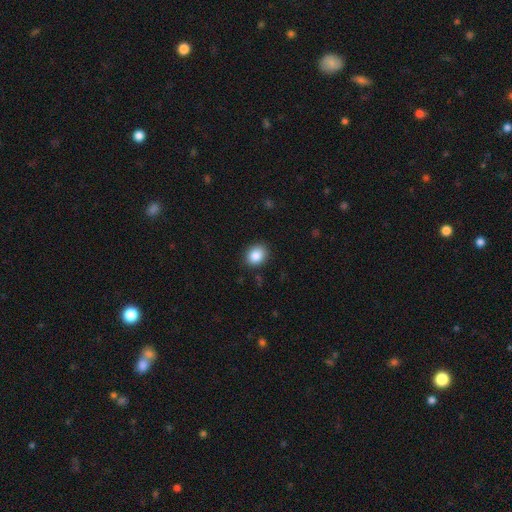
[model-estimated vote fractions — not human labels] smooth_or_featured: smooth (p=0.87) [alt: star or artifact p=0.09]
how_rounded: round (p=0.60) [alt: in between p=0.39]
merging: none (p=0.88) [alt: minor disturbance p=0.09]